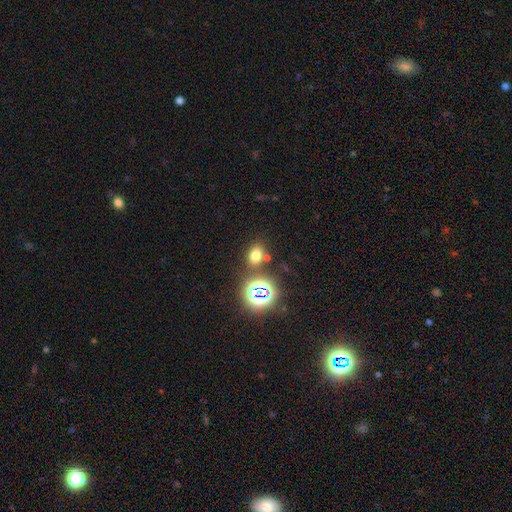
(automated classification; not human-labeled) Morphology: type=smooth (66%); roundness=in between (61%); merging=none (74%).